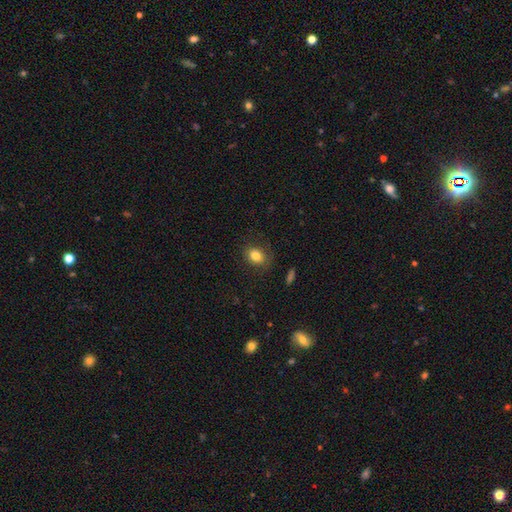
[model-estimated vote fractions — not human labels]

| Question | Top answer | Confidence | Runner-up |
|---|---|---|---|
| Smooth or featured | smooth | 82% | star or artifact (10%) |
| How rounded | in between | 51% | round (48%) |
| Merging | none | 82% | minor disturbance (13%) |